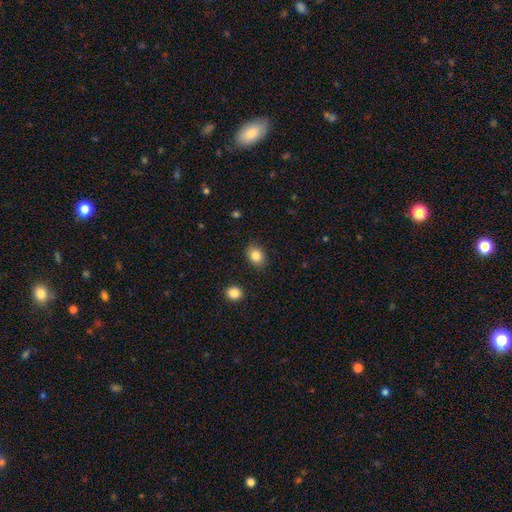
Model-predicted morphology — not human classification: Q: Smooth or featured?
A: smooth (84%); runner-up: star or artifact (9%)
Q: How rounded?
A: in between (59%); runner-up: round (40%)
Q: Merging?
A: none (85%); runner-up: minor disturbance (11%)